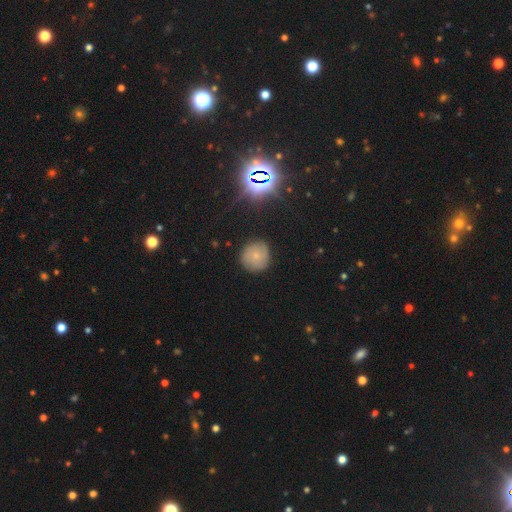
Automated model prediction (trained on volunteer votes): Smooth or featured?
  - smooth: 63% *
  - featured or disk: 24%
  - star or artifact: 13%
How rounded?
  - round: 91% *
  - in between: 8%
  - cigar-shaped: 1%
Merging?
  - none: 83% *
  - minor disturbance: 12%
  - major disturbance: 3%
  - merger: 1%